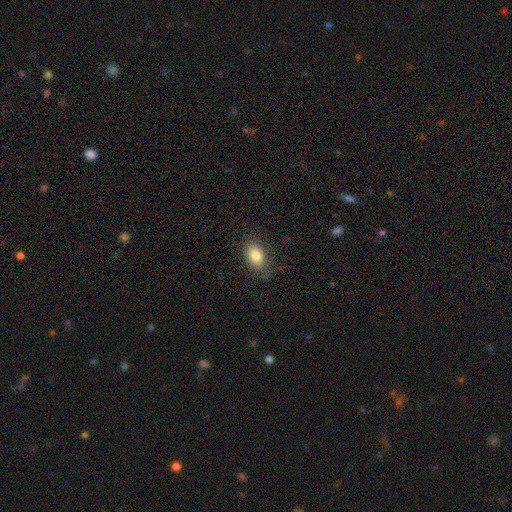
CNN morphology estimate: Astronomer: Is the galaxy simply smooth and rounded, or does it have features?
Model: smooth — 81%.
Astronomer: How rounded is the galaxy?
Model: in between — 87%.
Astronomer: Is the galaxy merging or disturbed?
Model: none — 78%.